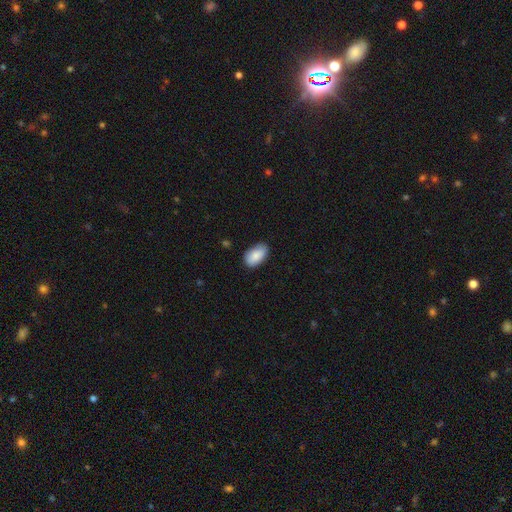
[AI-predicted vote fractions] A smooth galaxy with no disk features (87%) that is in between round and cigar-shaped (94%).

Vote fractions:
- Smooth or featured? smooth: 87% / star or artifact: 6% / featured or disk: 6%
- How rounded? in between: 94% / round: 4% / cigar-shaped: 2%
- Merging? none: 76% / minor disturbance: 20% / major disturbance: 3% / merger: 1%